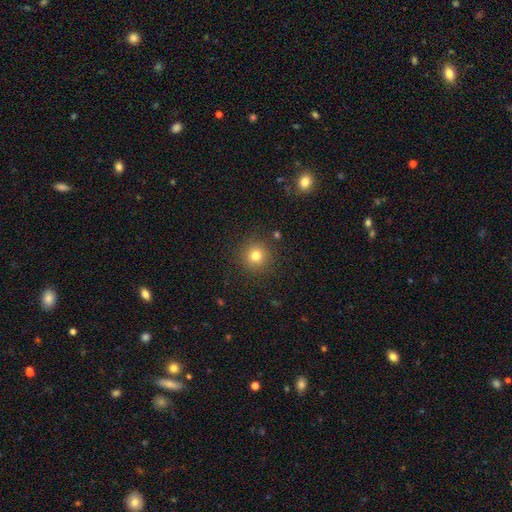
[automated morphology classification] Q: Smooth or featured?
A: smooth (79%); runner-up: star or artifact (14%)
Q: How rounded?
A: round (94%); runner-up: in between (5%)
Q: Merging?
A: none (89%); runner-up: minor disturbance (6%)